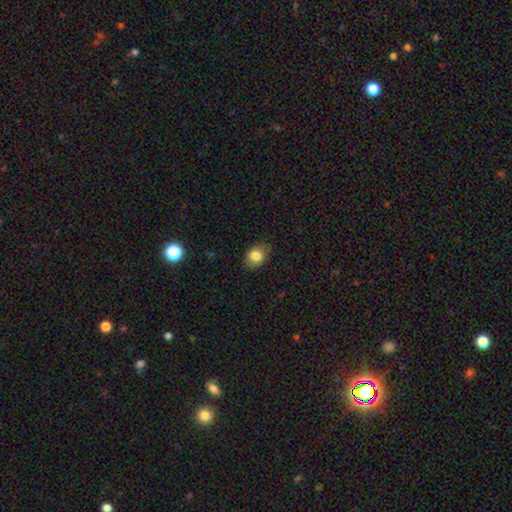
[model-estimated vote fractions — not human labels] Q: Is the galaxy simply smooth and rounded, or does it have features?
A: smooth — 80%.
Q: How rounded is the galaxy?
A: in between — 73%.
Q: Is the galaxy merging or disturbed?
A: none — 80%.